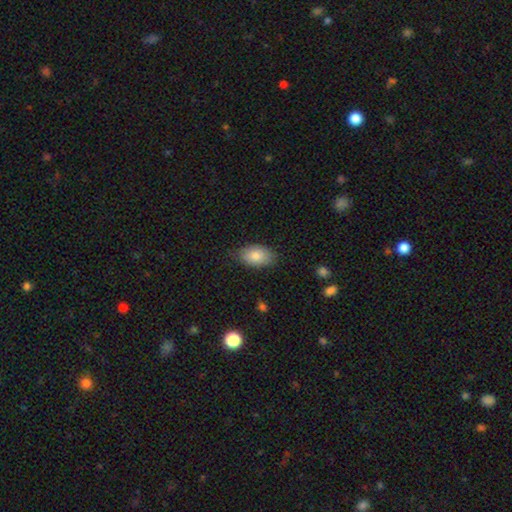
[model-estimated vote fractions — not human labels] Morphology: type=smooth (83%); roundness=in between (92%); merging=none (81%).